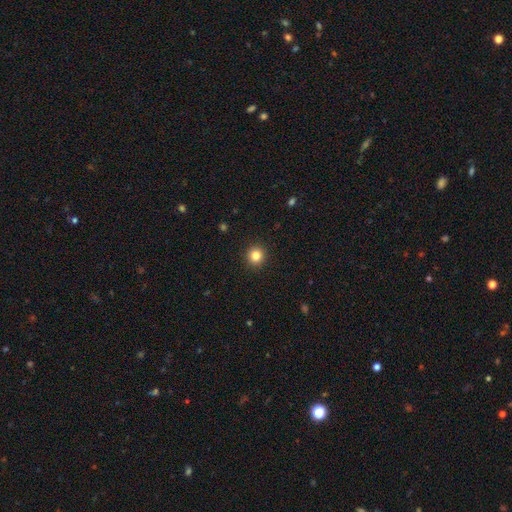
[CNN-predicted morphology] The model was most divided on "smooth or featured": smooth: 83%, star or artifact: 12%, featured or disk: 5%. More confident: how rounded — round (93%); merging — none (93%).